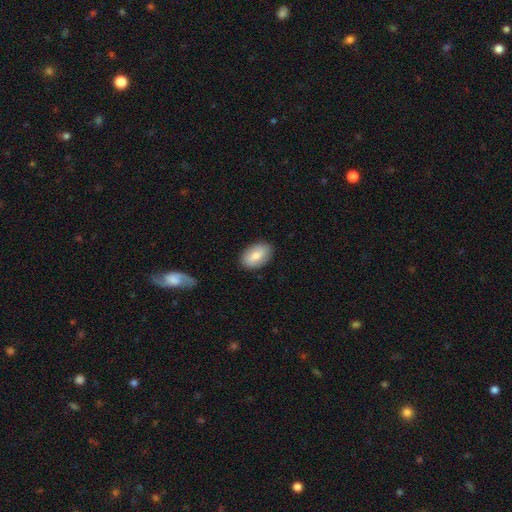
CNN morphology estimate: This appears to be a smooth galaxy with no disk features (77%) that is in between round and cigar-shaped (91%). Merging: none (87%).